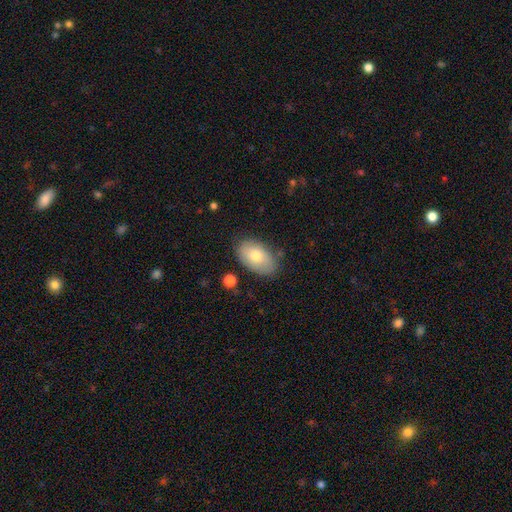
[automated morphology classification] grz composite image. It shows a smooth galaxy with no disk features (73%) that is in between round and cigar-shaped (92%). Merging: none (79%).